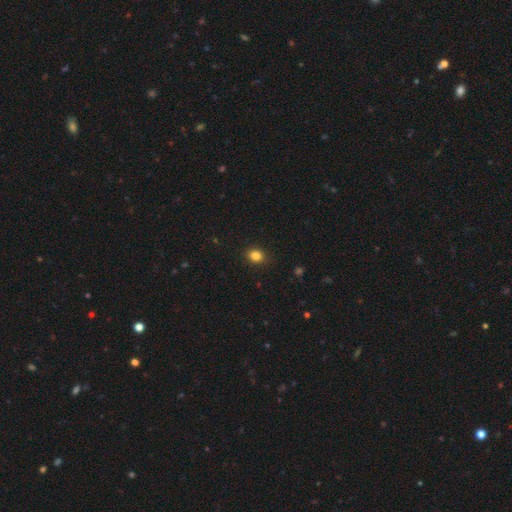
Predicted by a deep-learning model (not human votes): Overall: smooth (84%). How rounded: round (55%; in between 44%). Merging: none (88%).